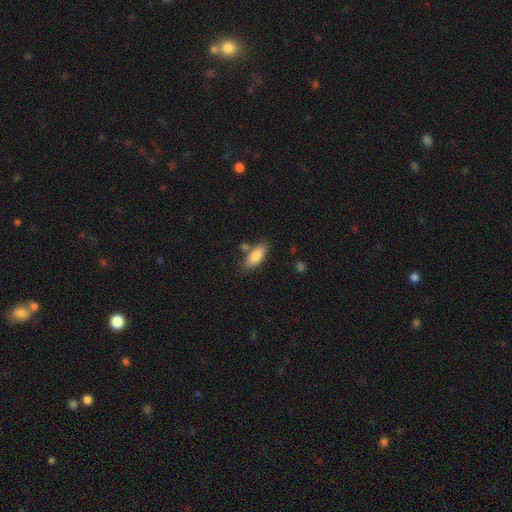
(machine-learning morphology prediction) Smooth or featured? Predicted: smooth (p=0.86). How rounded? Predicted: in between (p=0.82). Merging? Predicted: none (p=0.70).